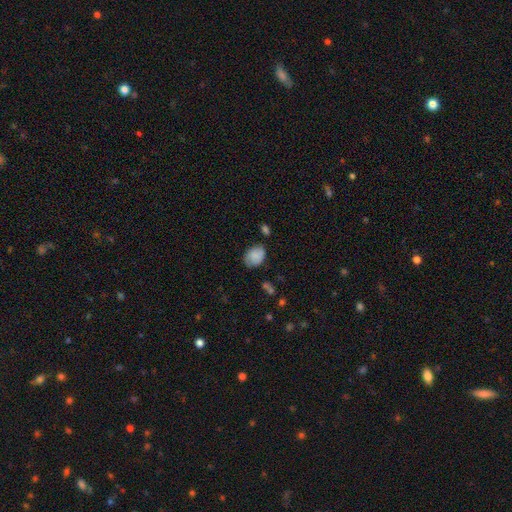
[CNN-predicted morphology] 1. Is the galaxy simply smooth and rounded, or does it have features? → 79% smooth, 13% featured or disk, 8% star or artifact.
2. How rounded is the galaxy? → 67% in between, 32% round, 1% cigar-shaped.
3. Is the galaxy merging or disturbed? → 64% none, 26% minor disturbance, 6% major disturbance, 4% merger.